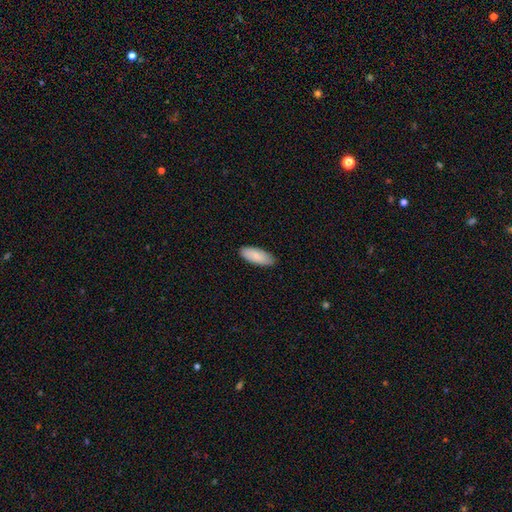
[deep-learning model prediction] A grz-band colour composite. It shows a smooth galaxy with no disk features (86%) that is in between round and cigar-shaped (81%). Merging: none (86%).